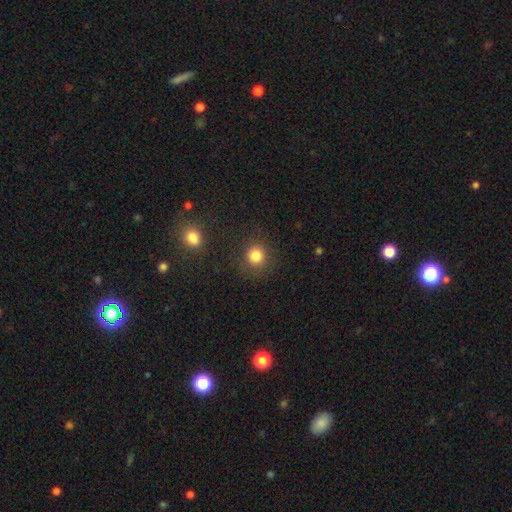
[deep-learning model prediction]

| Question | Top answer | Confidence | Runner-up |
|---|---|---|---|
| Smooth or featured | smooth | 83% | star or artifact (12%) |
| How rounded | round | 90% | in between (9%) |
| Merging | none | 85% | minor disturbance (8%) |